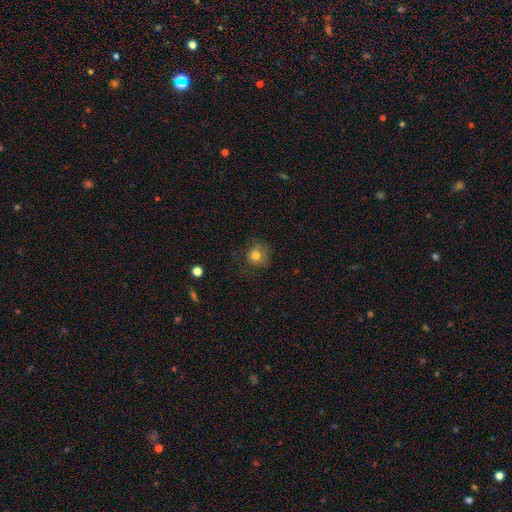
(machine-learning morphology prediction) A smooth galaxy with no disk features (78%) that is round (85%). Merging: none (66%).